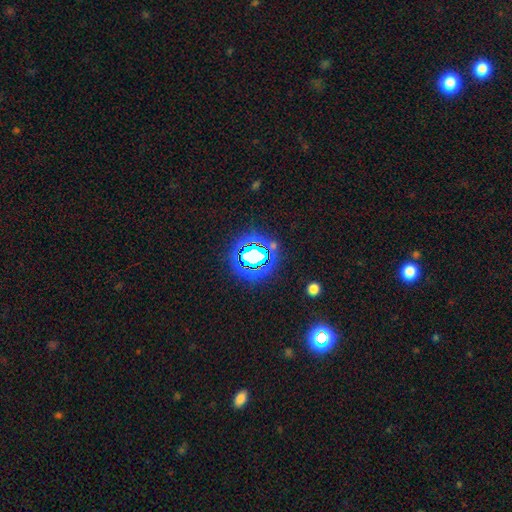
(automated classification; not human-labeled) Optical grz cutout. It shows a star or artifact, not a galaxy (78%).